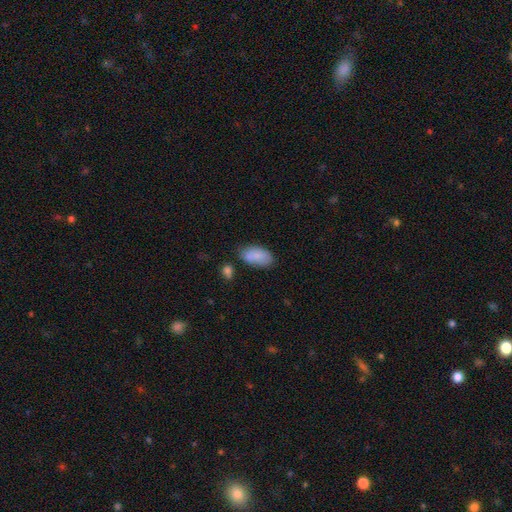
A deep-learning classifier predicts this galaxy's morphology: Smooth or featured?
  - smooth: 84% *
  - featured or disk: 9%
  - star or artifact: 7%
How rounded?
  - in between: 94% *
  - round: 4%
  - cigar-shaped: 2%
Merging?
  - none: 67% *
  - minor disturbance: 20%
  - merger: 9%
  - major disturbance: 5%